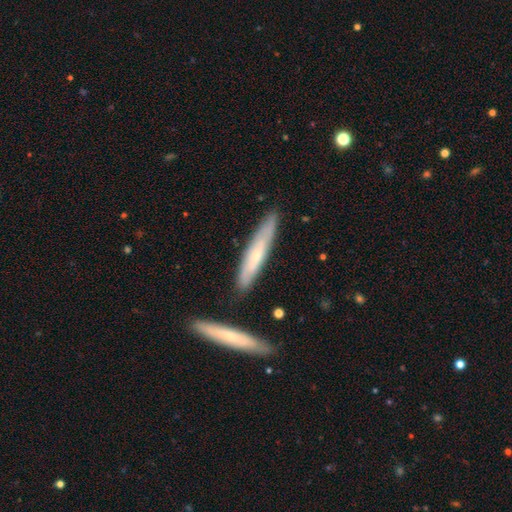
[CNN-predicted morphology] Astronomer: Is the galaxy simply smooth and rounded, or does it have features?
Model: featured or disk — 49% (runner-up: smooth, 46%).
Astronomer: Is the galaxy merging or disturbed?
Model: none — 81%.